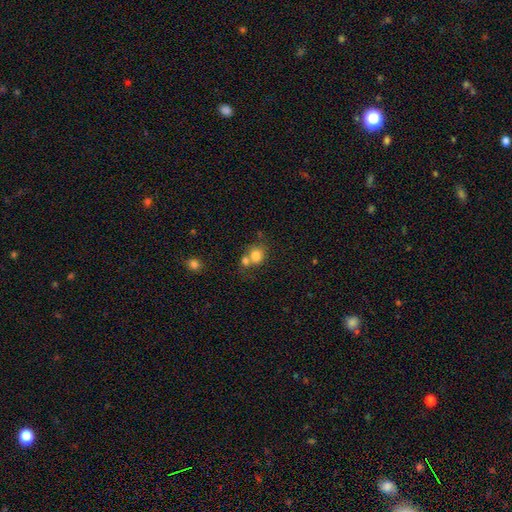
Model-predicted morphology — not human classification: type=smooth (79%); roundness=round (73%); merging=none (44%).